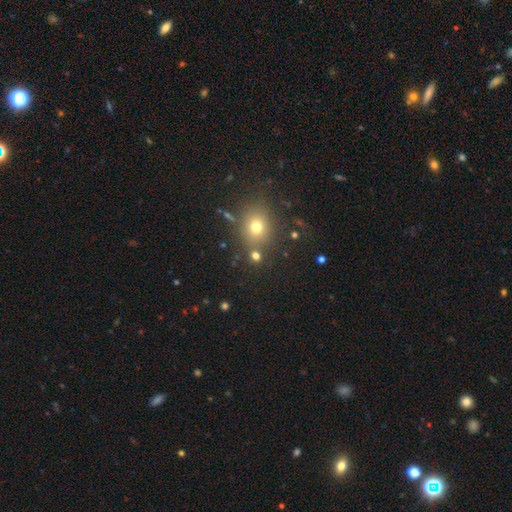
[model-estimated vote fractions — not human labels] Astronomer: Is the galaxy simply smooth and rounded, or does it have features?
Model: smooth — 65%.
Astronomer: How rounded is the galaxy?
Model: round — 79%.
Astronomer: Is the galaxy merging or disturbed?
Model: none — 77%.